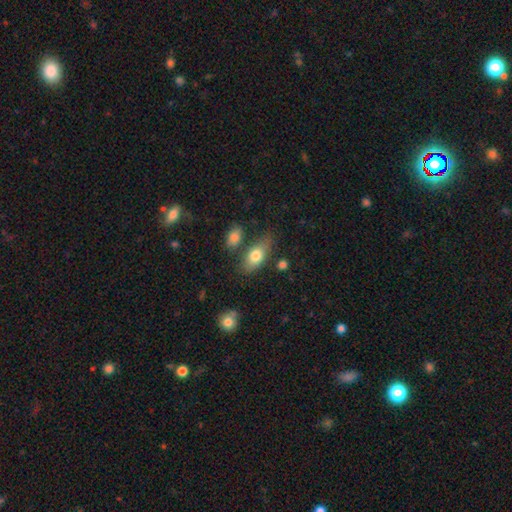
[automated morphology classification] This appears to be a smooth galaxy with no disk features (76%) that is in between round and cigar-shaped (84%). Merging: none (67%).